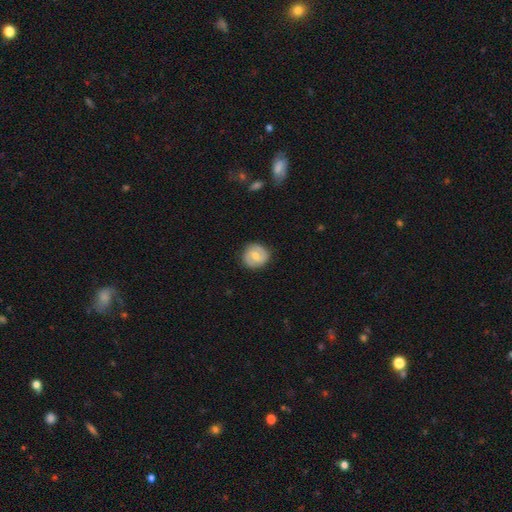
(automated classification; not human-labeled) Morphology: type=featured or disk (51%); edge-on=no (97%); merging=none (85%).